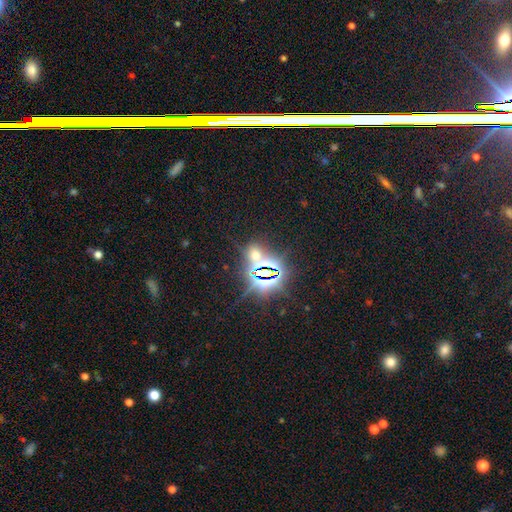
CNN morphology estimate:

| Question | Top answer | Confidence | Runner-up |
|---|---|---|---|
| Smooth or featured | star or artifact | 64% | smooth (27%) |